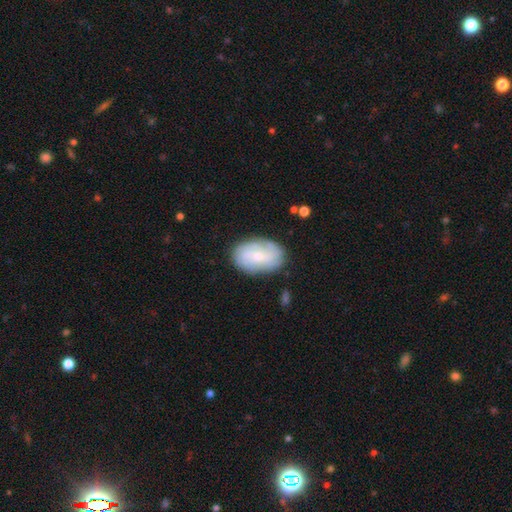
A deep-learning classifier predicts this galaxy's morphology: featured or disk 59%, smooth 34%, star or artifact 7%. Down the decision tree: edge-on disk — no (96%); bar — no (61%); spiral arms — yes (82%); bulge size — small (62%); merging — none (77%).